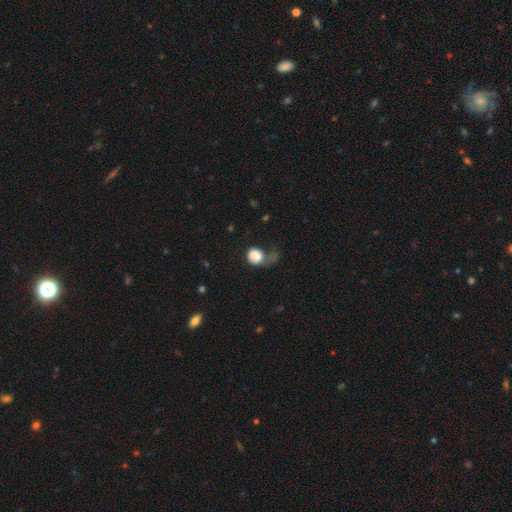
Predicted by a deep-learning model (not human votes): smooth-or-featured: smooth: 73% | featured or disk: 18% | star or artifact: 9%
  how-rounded: round: 54% | in between: 45% | cigar-shaped: 1%
  merging: major disturbance: 49% | minor disturbance: 20% | none: 20% | merger: 11%